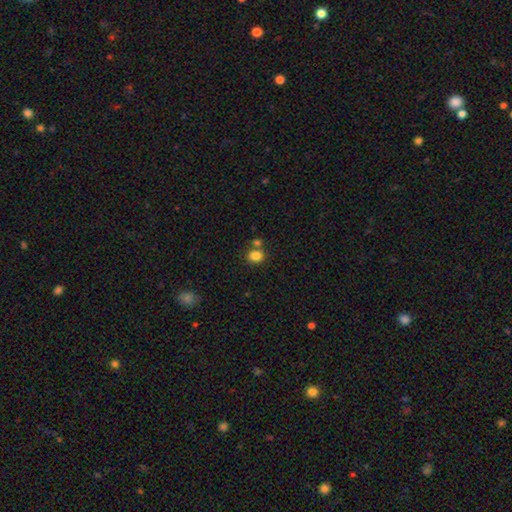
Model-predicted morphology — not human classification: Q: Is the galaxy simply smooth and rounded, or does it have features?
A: smooth — 83%.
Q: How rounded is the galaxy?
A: round — 60%.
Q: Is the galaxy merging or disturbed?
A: none — 66%.